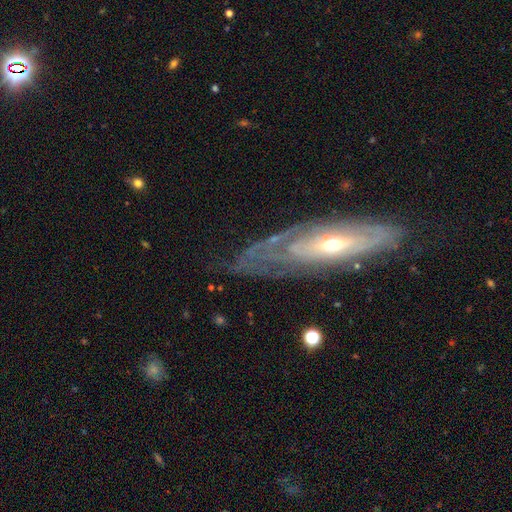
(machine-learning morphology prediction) Q: Smooth or featured?
A: featured or disk (79%); runner-up: smooth (14%)
Q: Edge-on disk?
A: no (79%); runner-up: yes (21%)
Q: Bar?
A: no (68%); runner-up: weak (22%)
Q: Spiral arms?
A: yes (73%); runner-up: no (27%)
Q: Bulge size?
A: moderate (52%); runner-up: small (42%)
Q: Merging?
A: none (66%); runner-up: minor disturbance (19%)